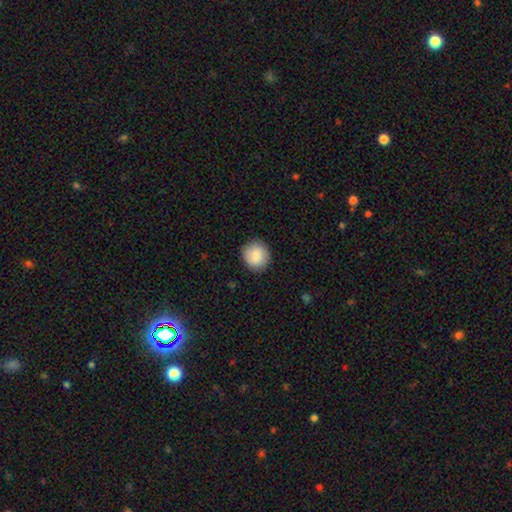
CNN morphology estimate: Smooth or featured: smooth — 86% (star or artifact — 7%)
How rounded: round — 89% (in between — 10%)
Merging: none — 89% (minor disturbance — 8%)